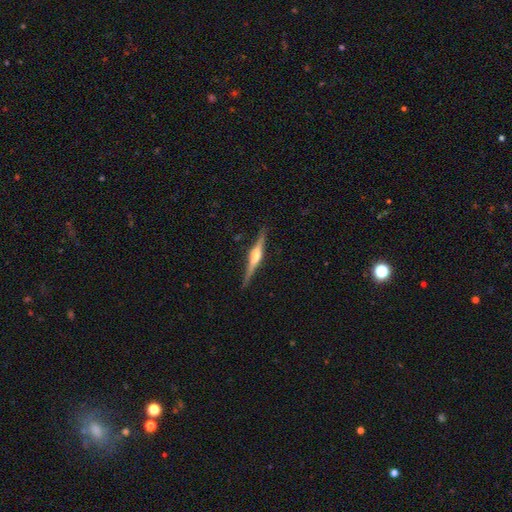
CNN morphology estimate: featured or disk 78%, smooth 17%, star or artifact 5%. Down the decision tree: edge-on disk — yes (98%); edge-on bulge — rounded (82%); merging — none (89%).